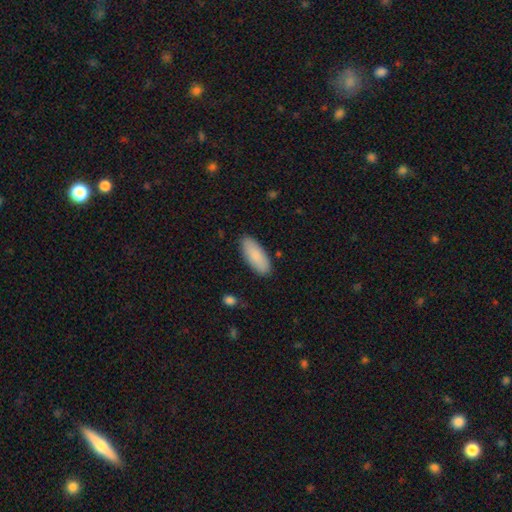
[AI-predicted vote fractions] Smooth or featured?
  - smooth: 88% *
  - featured or disk: 7%
  - star or artifact: 6%
How rounded?
  - in between: 80% *
  - cigar-shaped: 19%
  - round: 2%
Merging?
  - none: 87% *
  - minor disturbance: 10%
  - major disturbance: 2%
  - merger: 1%